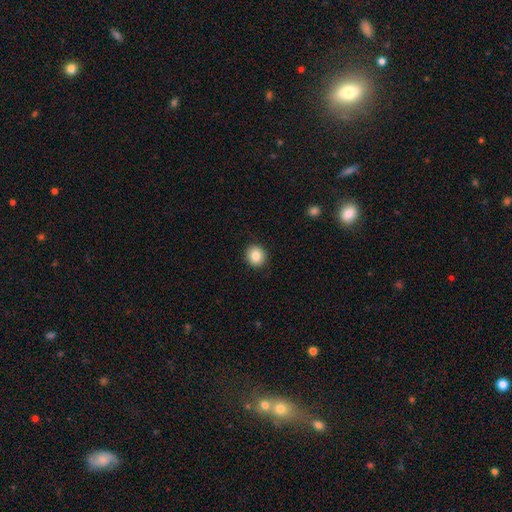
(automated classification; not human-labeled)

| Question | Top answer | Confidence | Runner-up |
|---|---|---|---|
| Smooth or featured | smooth | 85% | star or artifact (9%) |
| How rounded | round | 86% | in between (13%) |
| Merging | none | 91% | minor disturbance (6%) |